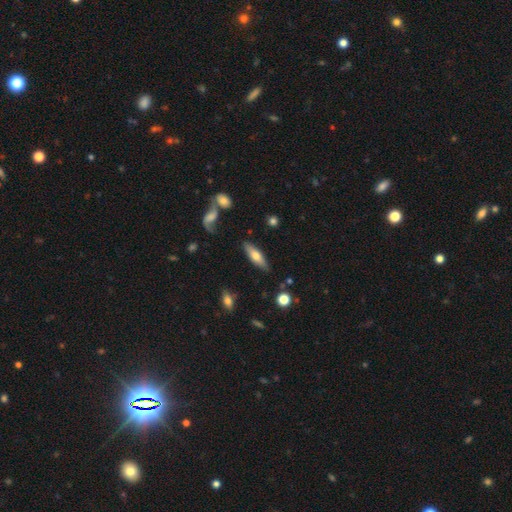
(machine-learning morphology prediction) Smooth or featured: smooth — 56% (featured or disk — 38%)
How rounded: cigar-shaped — 54% (in between — 43%)
Merging: none — 82% (minor disturbance — 12%)